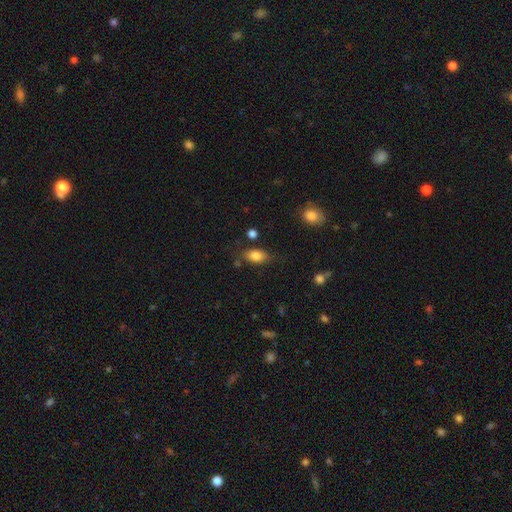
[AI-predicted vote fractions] smooth-or-featured: smooth: 83% | featured or disk: 9% | star or artifact: 9%
  how-rounded: in between: 88% | round: 8% | cigar-shaped: 4%
  merging: none: 74% | minor disturbance: 17% | major disturbance: 5% | merger: 4%